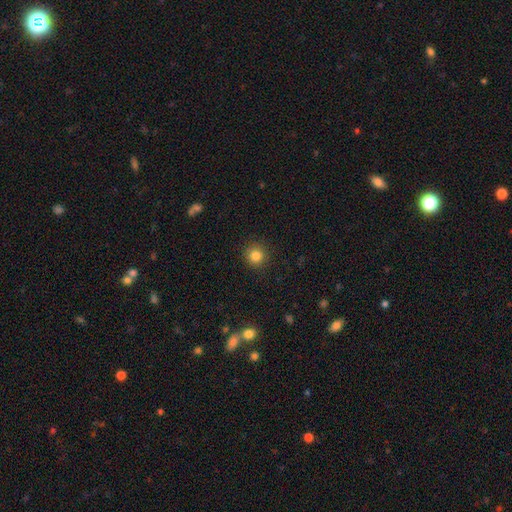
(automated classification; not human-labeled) Q: Smooth or featured?
A: smooth (83%); runner-up: star or artifact (12%)
Q: How rounded?
A: round (94%); runner-up: in between (6%)
Q: Merging?
A: none (91%); runner-up: minor disturbance (6%)